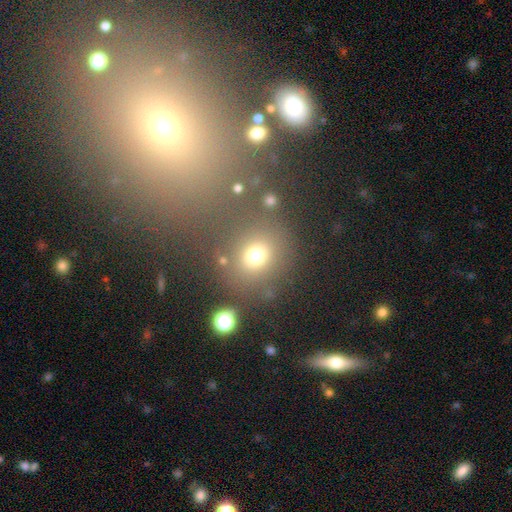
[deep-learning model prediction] The model was most divided on "smooth or featured": smooth: 70%, star or artifact: 19%, featured or disk: 10%. More confident: how rounded — round (79%); merging — none (71%).